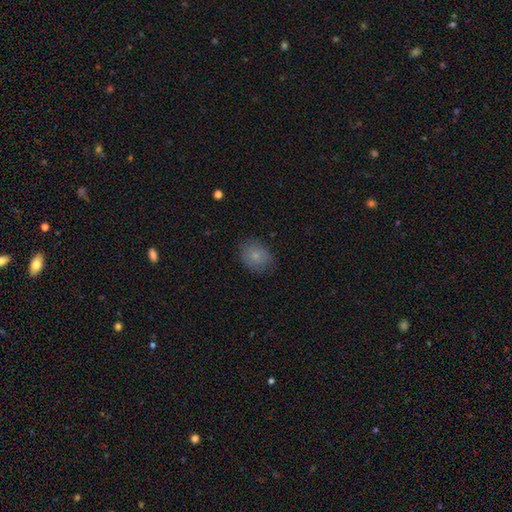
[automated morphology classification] This appears to be a smooth galaxy with no disk features (79%) that is round (50%). Merging: none (78%).